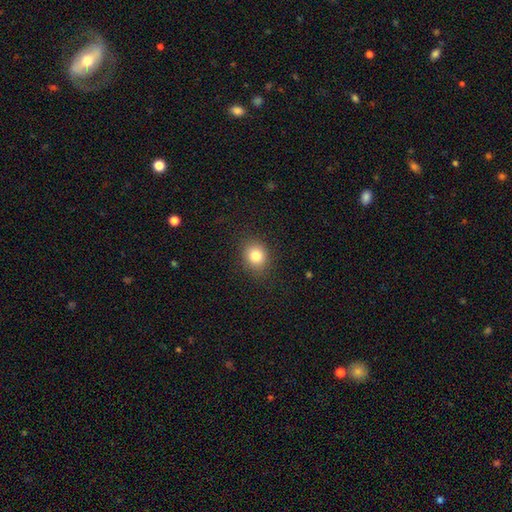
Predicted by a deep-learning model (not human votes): Morphology: type=smooth (82%); roundness=round (69%); merging=none (87%).